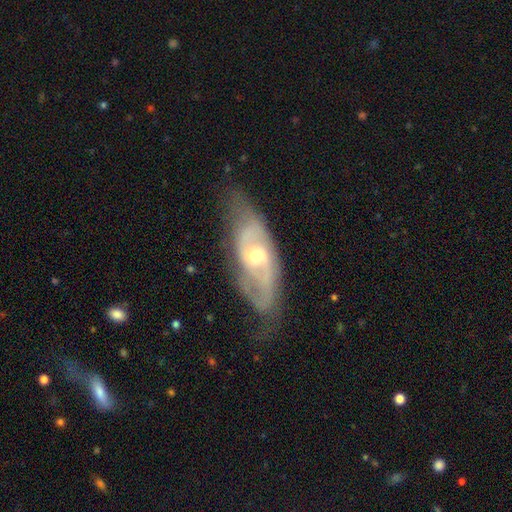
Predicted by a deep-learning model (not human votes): smooth-or-featured: featured or disk: 80% | smooth: 14% | star or artifact: 6%
  disk-edge-on: no: 87% | yes: 13%
    bar: no: 54% | weak: 37% | strong: 10%
    has-spiral-arms: yes: 86% | no: 14%
      spiral-winding: medium: 43% | tight: 40% | loose: 17%
      spiral-arm-count: 2: 59% | can't tell: 27% | 3: 6% | 1: 5% | 4: 2% | more than 4: 2%
    bulge-size: moderate: 54% | small: 42% | large: 3% | none: 1% | dominant: 1%
  merging: none: 66% | minor disturbance: 23% | major disturbance: 10% | merger: 2%